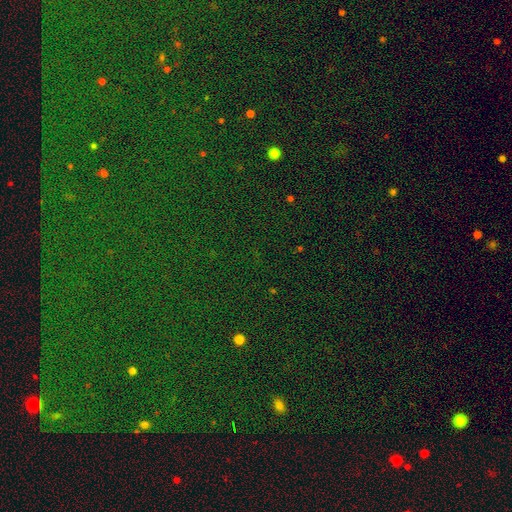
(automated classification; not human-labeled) Q: Smooth or featured?
A: star or artifact (80%); runner-up: smooth (12%)